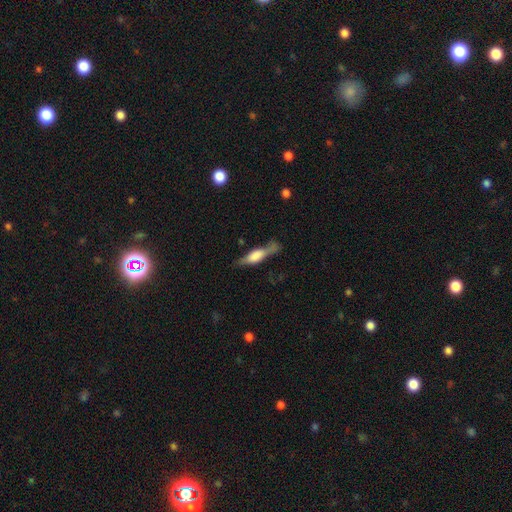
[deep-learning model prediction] smooth-or-featured: featured or disk: 54% | smooth: 39% | star or artifact: 7%
  disk-edge-on: yes: 89% | no: 11%
  merging: none: 60% | minor disturbance: 24% | major disturbance: 12% | merger: 5%